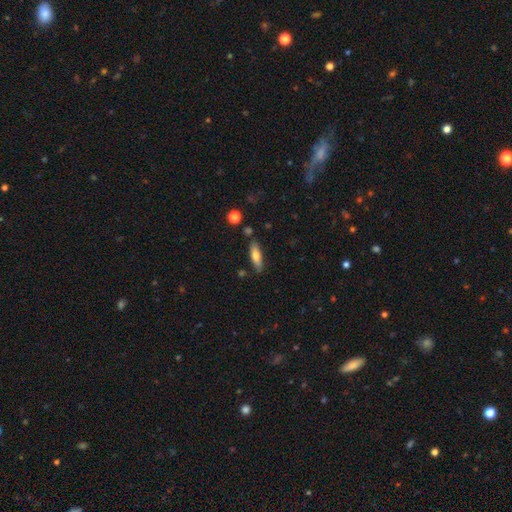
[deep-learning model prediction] Smooth or featured?
  - smooth: 69% *
  - featured or disk: 24%
  - star or artifact: 6%
How rounded?
  - cigar-shaped: 56% *
  - in between: 42%
  - round: 2%
Merging?
  - none: 82% *
  - minor disturbance: 12%
  - merger: 3%
  - major disturbance: 2%